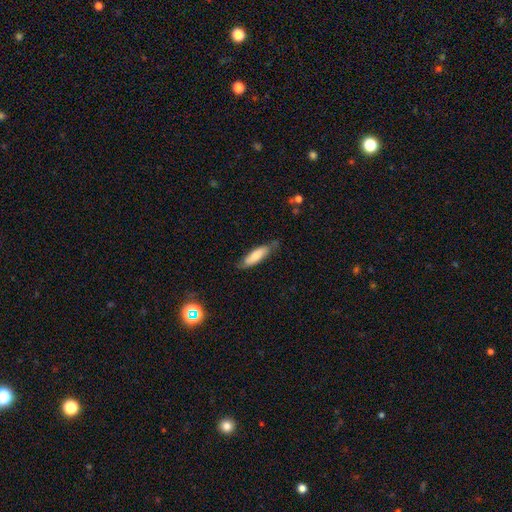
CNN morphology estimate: This appears to be a smooth galaxy with no disk features (73%) that is cigar-shaped (58%). Merging: none (68%).